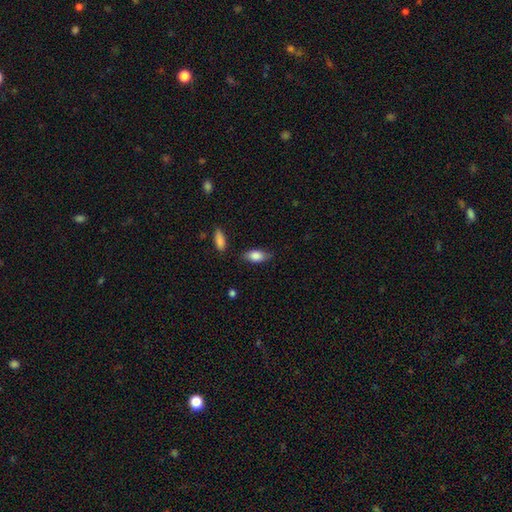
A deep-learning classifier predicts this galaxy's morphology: smooth_or_featured: smooth (p=0.83) [alt: featured or disk p=0.10]
how_rounded: in between (p=0.88) [alt: cigar-shaped p=0.08]
merging: none (p=0.77) [alt: minor disturbance p=0.17]